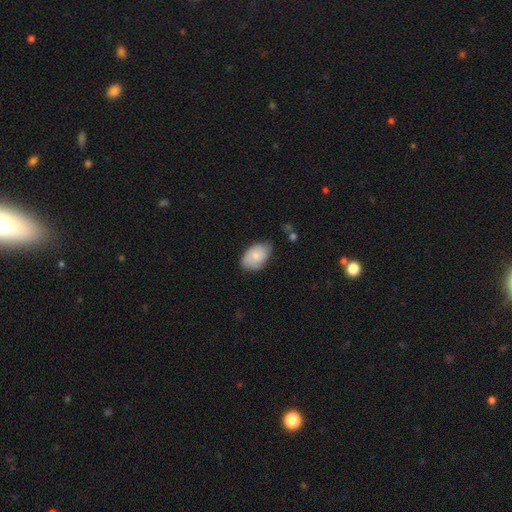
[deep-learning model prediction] Overall: smooth (73%). How rounded: in between (89%). Merging: none (62%; minor disturbance 30%).